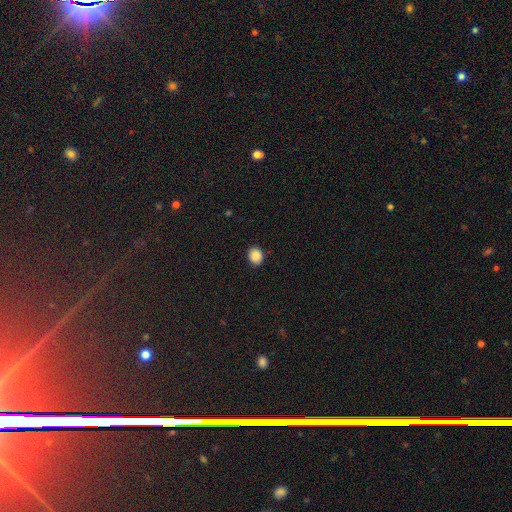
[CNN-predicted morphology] Overall: smooth (88%). How rounded: round (71%). Merging: none (89%).